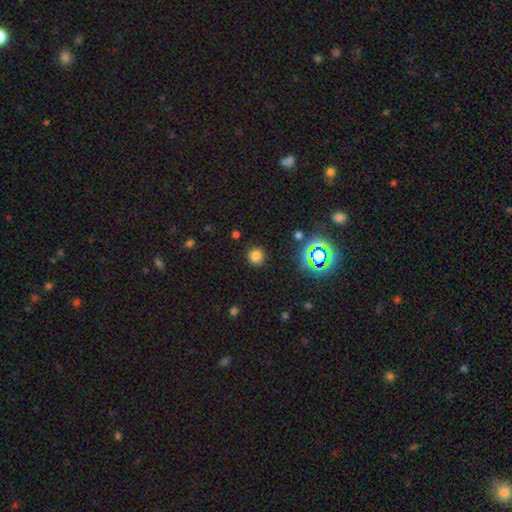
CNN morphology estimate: smooth 75%, star or artifact 20%, featured or disk 5%. Down the decision tree: how rounded — round (91%); merging — none (86%).